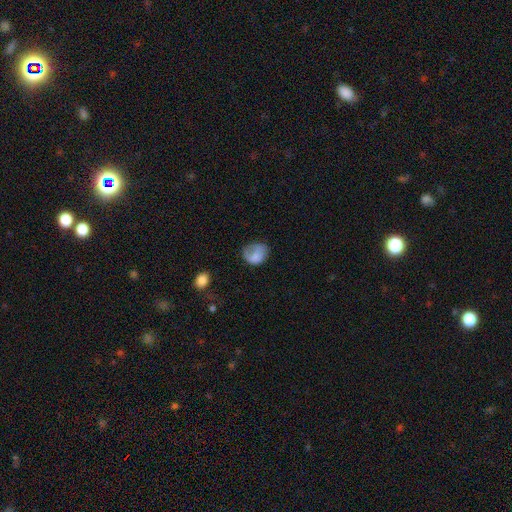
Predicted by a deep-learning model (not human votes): A smooth galaxy with no disk features (72%) that is round (54%).

Vote fractions:
- Smooth or featured? smooth: 72% / featured or disk: 19% / star or artifact: 9%
- How rounded? round: 54% / in between: 45% / cigar-shaped: 1%
- Merging? none: 40% / minor disturbance: 30% / major disturbance: 28% / merger: 3%